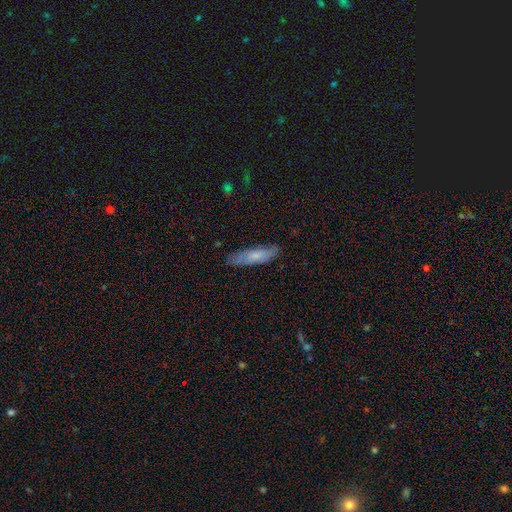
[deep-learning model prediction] Smooth or featured? Predicted: smooth (p=0.67). How rounded? Predicted: cigar-shaped (p=0.65). Merging? Predicted: none (p=0.78).